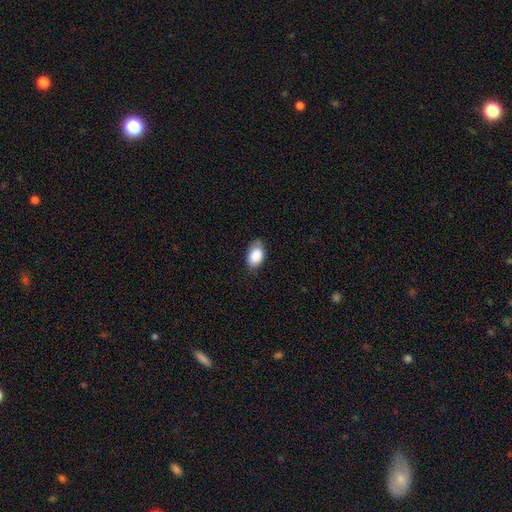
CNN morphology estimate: smooth 87%, star or artifact 7%, featured or disk 6%. Down the decision tree: how rounded — in between (90%); merging — none (70%).